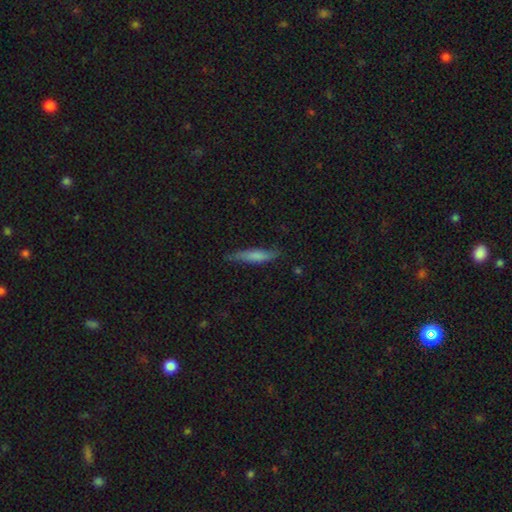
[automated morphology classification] The model was most divided on "smooth or featured": smooth: 69%, featured or disk: 25%, star or artifact: 6%. More confident: how rounded — cigar-shaped (86%); merging — none (72%).